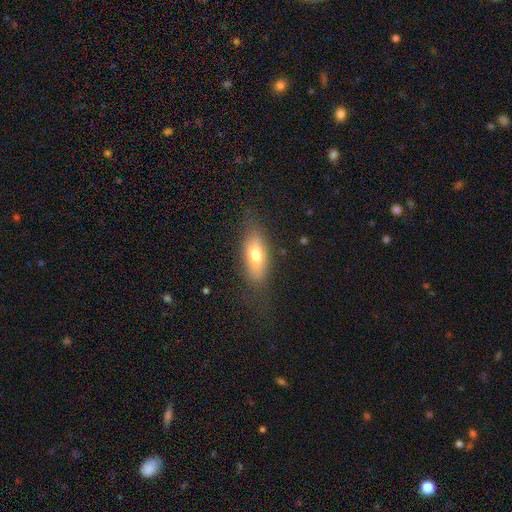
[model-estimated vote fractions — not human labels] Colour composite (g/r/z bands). It shows a smooth galaxy with no disk features (69%) that is in between round and cigar-shaped (76%). Merging: none (73%).